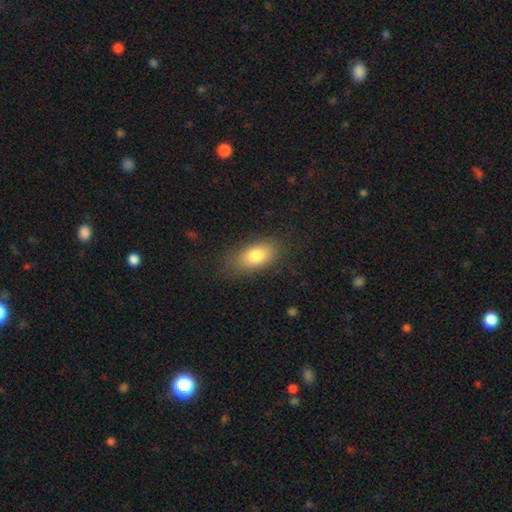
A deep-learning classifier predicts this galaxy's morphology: Q: Smooth or featured?
A: smooth (80%); runner-up: featured or disk (12%)
Q: How rounded?
A: in between (89%); runner-up: round (6%)
Q: Merging?
A: none (79%); runner-up: minor disturbance (15%)